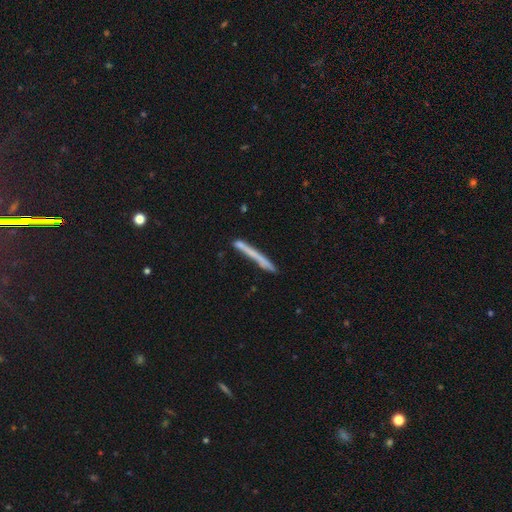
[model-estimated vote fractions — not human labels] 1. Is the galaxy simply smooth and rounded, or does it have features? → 58% smooth, 35% featured or disk, 7% star or artifact.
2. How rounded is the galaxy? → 97% cigar-shaped, 2% in between, 1% round.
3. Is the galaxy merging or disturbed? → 77% none, 14% minor disturbance, 5% merger, 4% major disturbance.